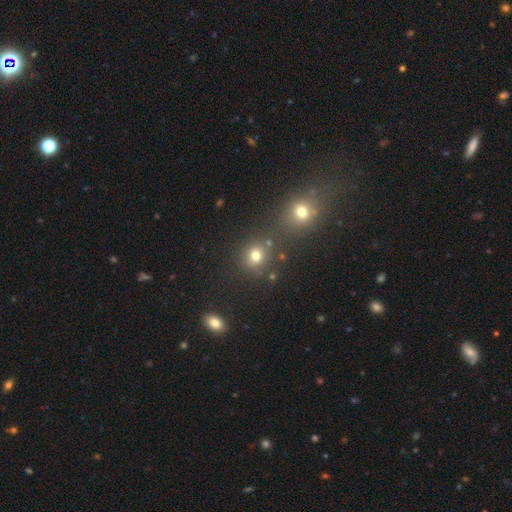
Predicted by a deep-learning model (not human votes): smooth 73%, star or artifact 20%, featured or disk 8%. Down the decision tree: how rounded — round (82%); merging — none (70%).